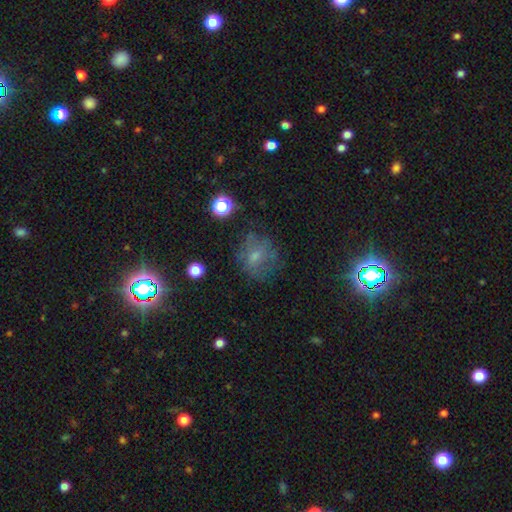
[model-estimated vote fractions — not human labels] Smooth or featured? smooth (49%)
Merging? none (62%)